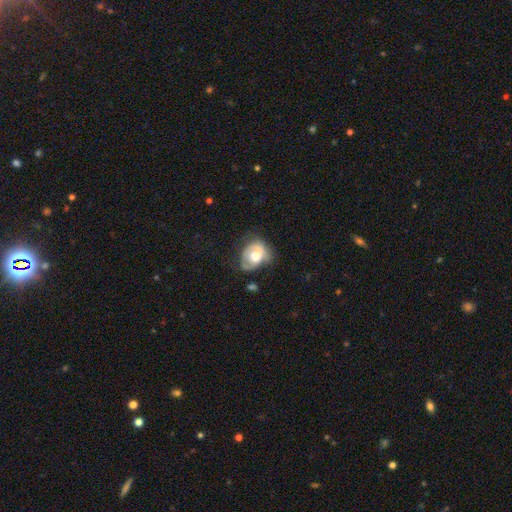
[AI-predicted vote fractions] A smooth galaxy with no disk features (48%).

Vote fractions:
- Smooth or featured? smooth: 48% / featured or disk: 45% / star or artifact: 7%
- Merging? none: 37% / minor disturbance: 35% / major disturbance: 23% / merger: 5%